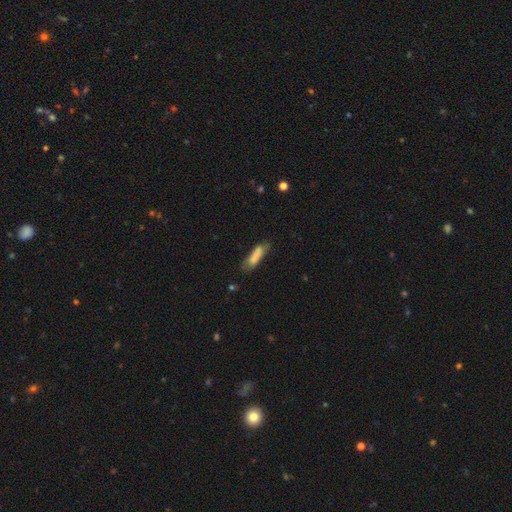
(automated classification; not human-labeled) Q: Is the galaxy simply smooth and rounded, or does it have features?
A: smooth — 77%.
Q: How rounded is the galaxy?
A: cigar-shaped — 65%.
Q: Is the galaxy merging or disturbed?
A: none — 54%.